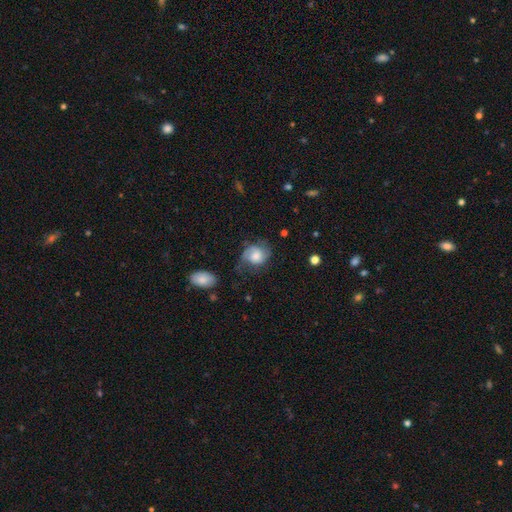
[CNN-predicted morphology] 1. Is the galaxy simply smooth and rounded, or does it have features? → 57% featured or disk, 35% smooth, 8% star or artifact.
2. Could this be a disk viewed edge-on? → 97% no, 3% yes.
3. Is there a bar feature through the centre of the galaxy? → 67% no, 28% weak, 5% strong.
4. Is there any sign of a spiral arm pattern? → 89% yes, 11% no.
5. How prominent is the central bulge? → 42% moderate, 25% large, 21% small, 8% none, 4% dominant.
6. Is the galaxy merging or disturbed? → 50% none, 27% minor disturbance, 20% major disturbance, 3% merger.